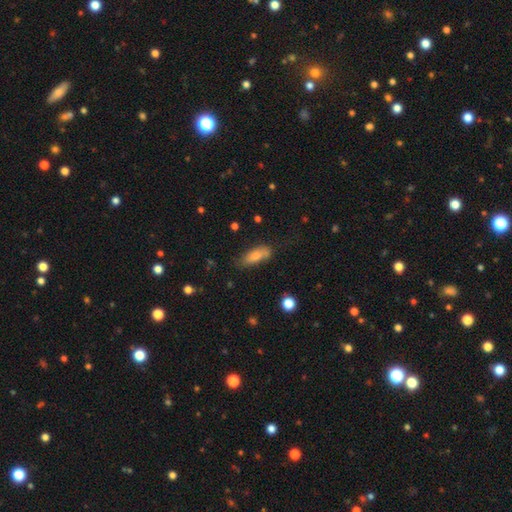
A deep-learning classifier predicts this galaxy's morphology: This appears to be a smooth galaxy with no disk features (69%) that is in between round and cigar-shaped (68%). Merging: none (68%).